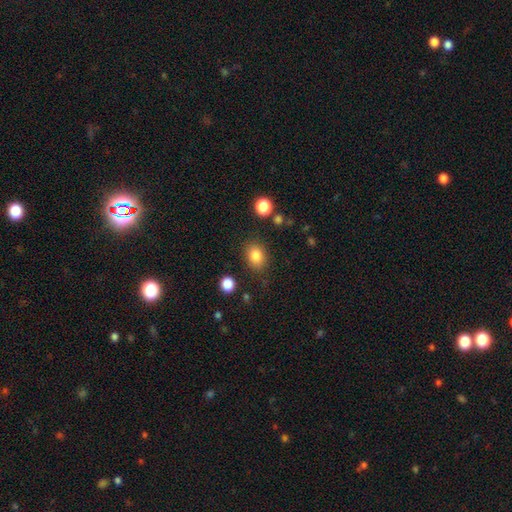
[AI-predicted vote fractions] A smooth galaxy with no disk features (84%) that is in between round and cigar-shaped (63%).

Vote fractions:
- Smooth or featured? smooth: 84% / star or artifact: 10% / featured or disk: 6%
- How rounded? in between: 63% / round: 36% / cigar-shaped: 1%
- Merging? none: 83% / minor disturbance: 11% / major disturbance: 4% / merger: 3%